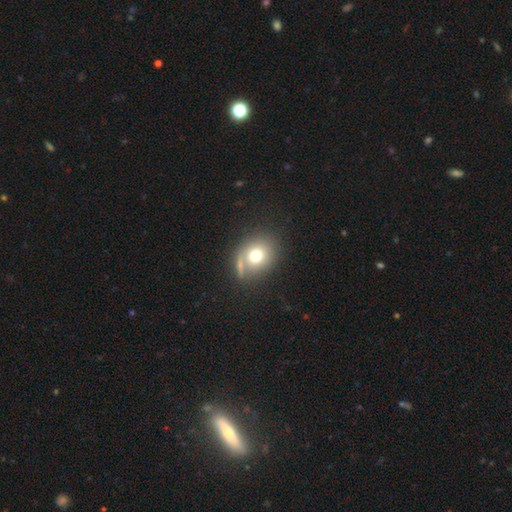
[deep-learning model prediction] This is likely a smooth galaxy (72%). How rounded: likely round (68%). Merging: likely none (63%).